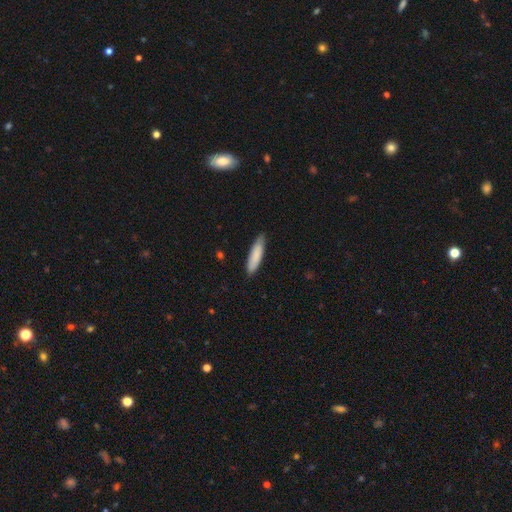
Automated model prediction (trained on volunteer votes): A smooth galaxy with no disk features (85%) that is cigar-shaped (71%).

Vote fractions:
- Smooth or featured? smooth: 85% / featured or disk: 9% / star or artifact: 5%
- How rounded? cigar-shaped: 71% / in between: 27% / round: 1%
- Merging? none: 82% / minor disturbance: 15% / major disturbance: 2% / merger: 1%